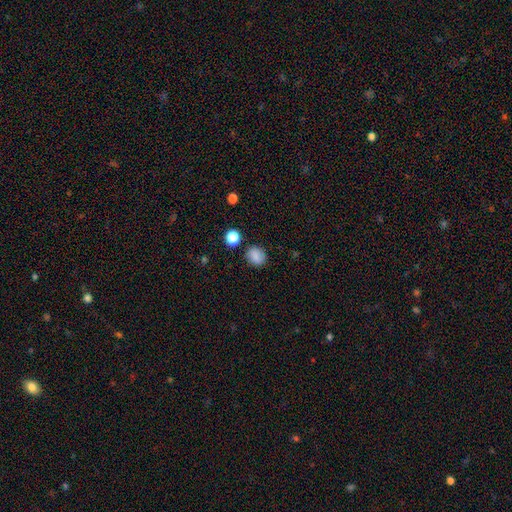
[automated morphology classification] Smooth or featured? smooth (80%)
How rounded? round (70%)
Merging? none (81%)